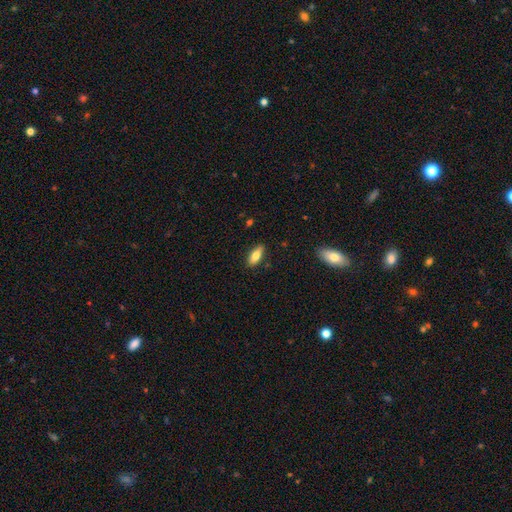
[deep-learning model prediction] Smooth or featured?
  - smooth: 73% *
  - featured or disk: 21%
  - star or artifact: 7%
How rounded?
  - in between: 77% *
  - cigar-shaped: 21%
  - round: 3%
Merging?
  - none: 86% *
  - minor disturbance: 11%
  - major disturbance: 2%
  - merger: 1%